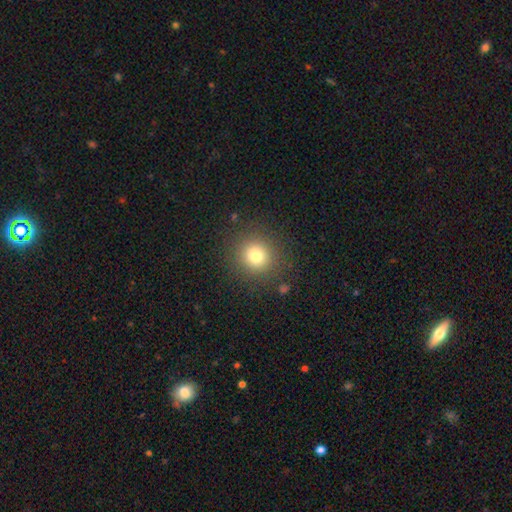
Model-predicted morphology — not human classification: Overall: smooth (78%). How rounded: round (92%). Merging: none (88%).